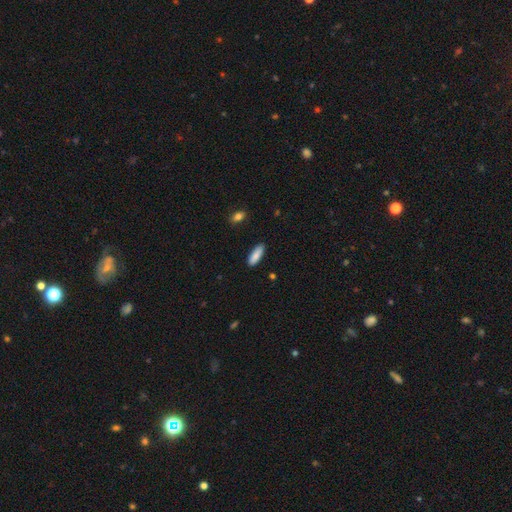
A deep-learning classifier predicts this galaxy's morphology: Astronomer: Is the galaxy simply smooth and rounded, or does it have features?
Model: smooth — 88%.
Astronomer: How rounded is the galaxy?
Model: in between — 55% (runner-up: cigar-shaped, 43%).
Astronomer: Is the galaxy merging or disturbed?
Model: none — 87%.